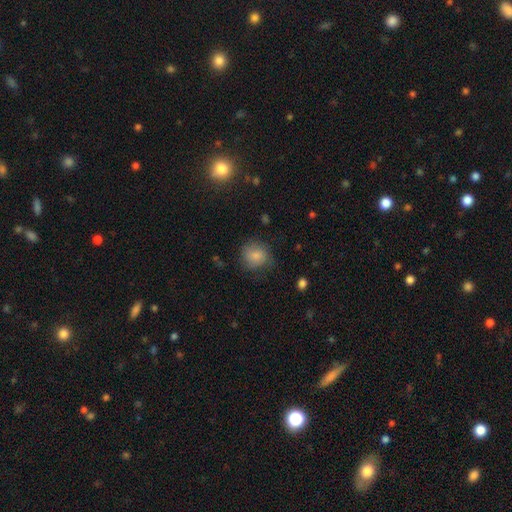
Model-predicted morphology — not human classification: Smooth or featured? Predicted: smooth (p=0.81). How rounded? Predicted: round (p=0.84). Merging? Predicted: none (p=0.69).